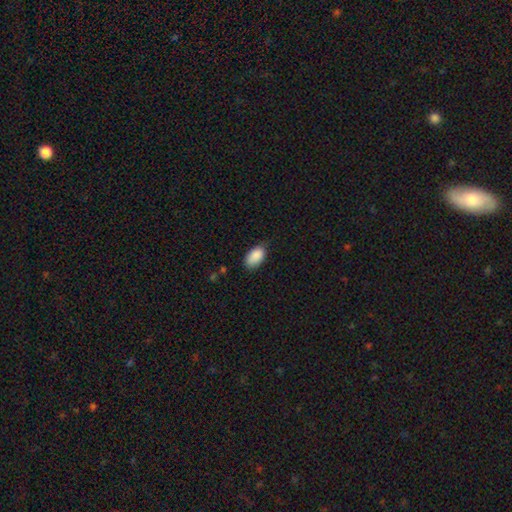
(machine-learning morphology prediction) type=smooth (88%); roundness=in between (94%); merging=none (68%).